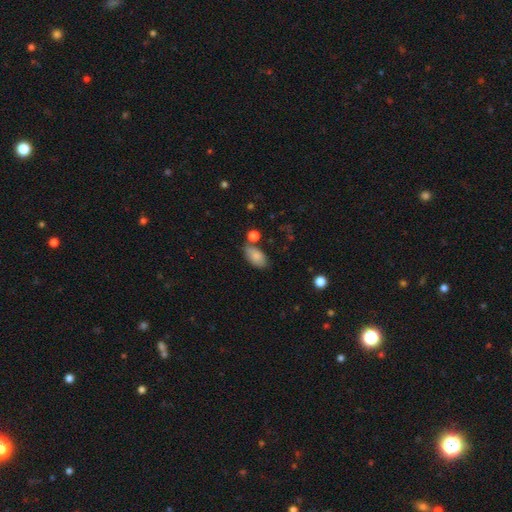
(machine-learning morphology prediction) This is clearly a smooth galaxy (83%). How rounded: clearly in between (93%). Merging: likely none (64%).